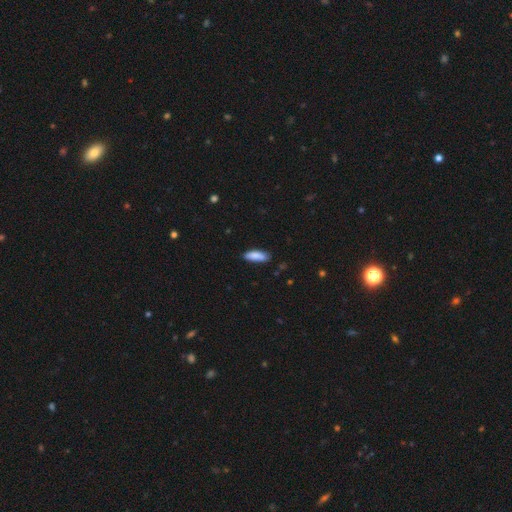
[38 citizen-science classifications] Smooth or featured: smooth — 87% (star or artifact — 8%)
How rounded: in between — 70% (cigar-shaped — 30%)
Merging: none — 89% (minor disturbance — 6%)